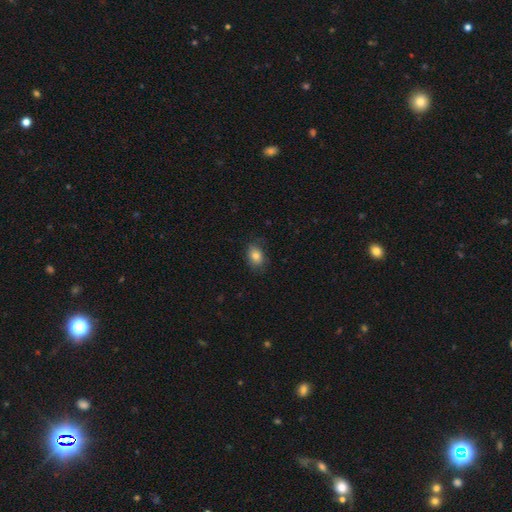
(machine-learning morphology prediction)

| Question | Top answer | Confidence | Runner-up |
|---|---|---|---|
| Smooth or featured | smooth | 81% | featured or disk (10%) |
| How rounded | in between | 75% | round (23%) |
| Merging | none | 78% | minor disturbance (17%) |